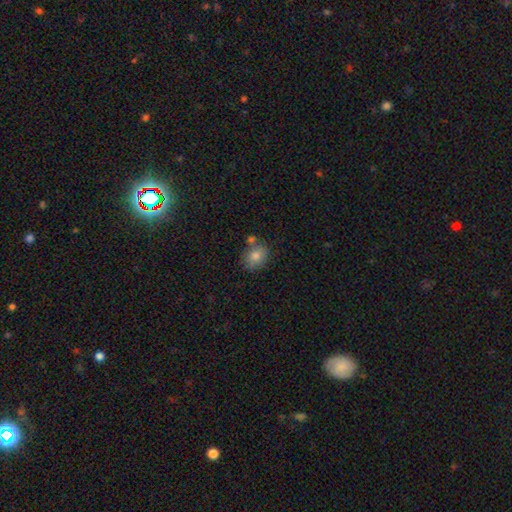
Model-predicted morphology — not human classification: smooth 77%, featured or disk 12%, star or artifact 11%. Down the decision tree: how rounded — round (56%); merging — none (67%).